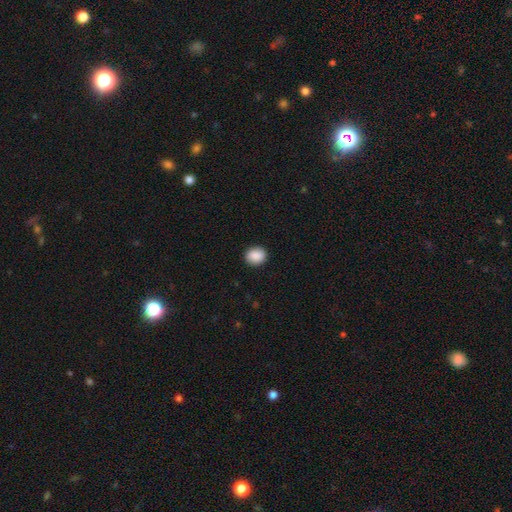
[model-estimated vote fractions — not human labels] This appears to be a smooth galaxy with no disk features (90%) that is round (69%). Merging: none (90%).